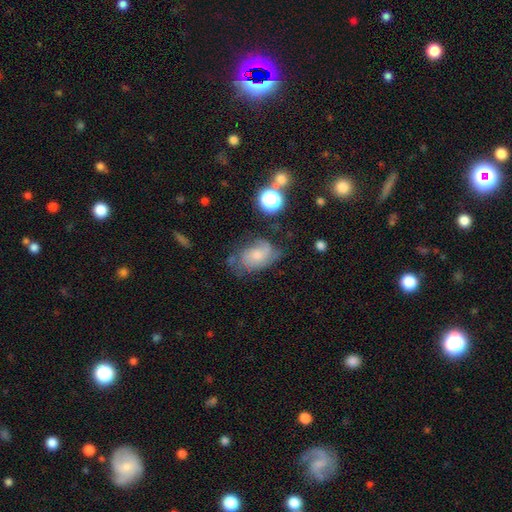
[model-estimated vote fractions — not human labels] The model was most divided on "spiral winding": tight: 42%, medium: 41%, loose: 17%. Remaining: edge-on disk — no (96%); spiral arms — yes (88%); bar — no (71%); smooth or featured — featured or disk (60%); merging — none (58%); spiral arm count — 2 (44%); bulge size — moderate (43%).